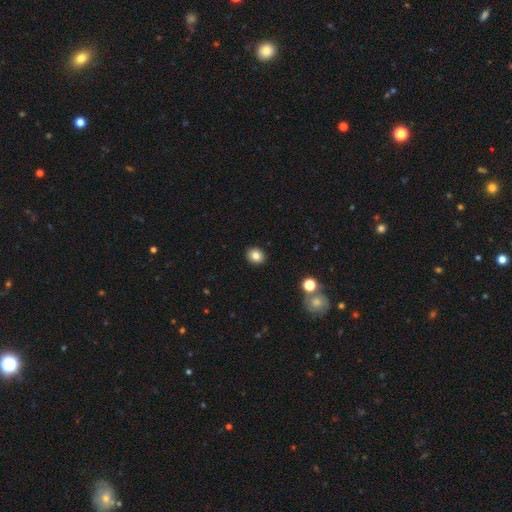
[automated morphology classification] type=smooth (83%); roundness=round (72%); merging=none (92%).